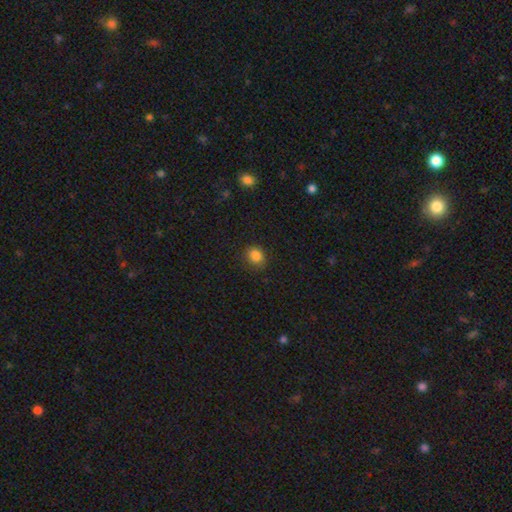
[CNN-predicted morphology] smooth 84%, star or artifact 12%, featured or disk 4%. Down the decision tree: how rounded — round (57%); merging — none (79%).